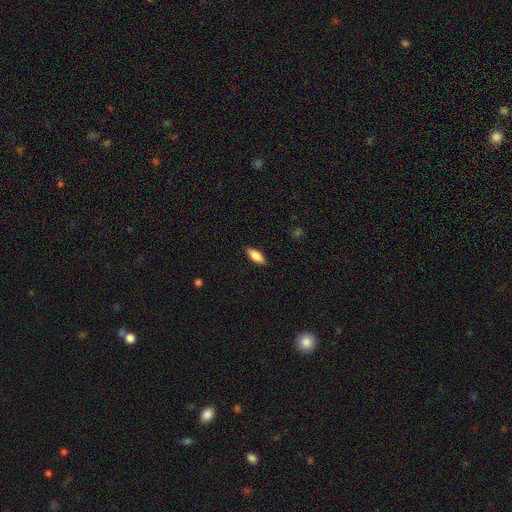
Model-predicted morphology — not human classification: A smooth galaxy with no disk features (83%) that is in between round and cigar-shaped (78%). Merging: none (88%).